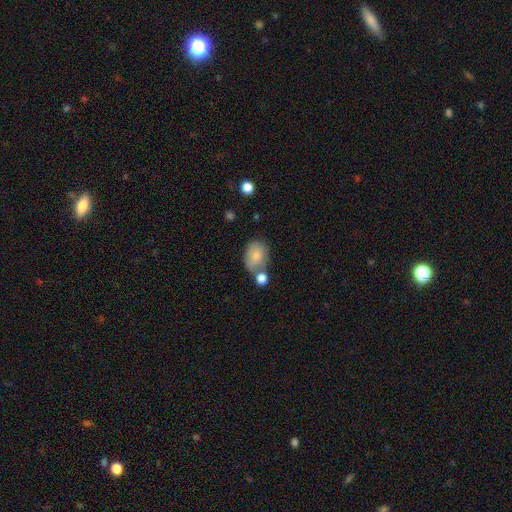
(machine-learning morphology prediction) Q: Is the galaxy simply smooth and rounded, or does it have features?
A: smooth — 76%.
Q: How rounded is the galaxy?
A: in between — 74%.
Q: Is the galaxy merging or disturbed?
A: none — 43%.